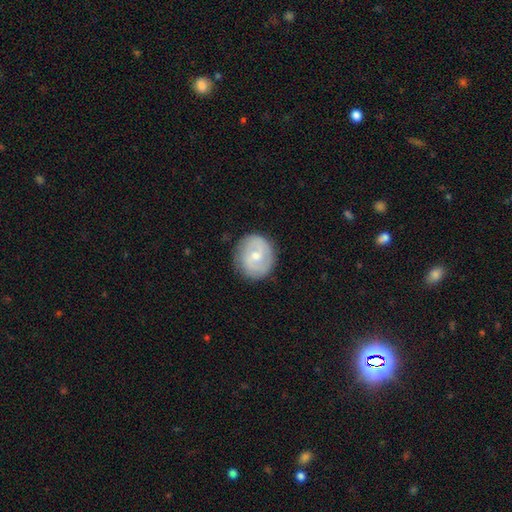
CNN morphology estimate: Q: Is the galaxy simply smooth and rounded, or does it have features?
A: featured or disk — 60%.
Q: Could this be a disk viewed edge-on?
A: no — 97%.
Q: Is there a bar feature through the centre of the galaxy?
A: weak — 46%.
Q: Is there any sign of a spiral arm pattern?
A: yes — 79%.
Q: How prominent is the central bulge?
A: moderate — 56%.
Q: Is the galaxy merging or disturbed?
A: none — 84%.